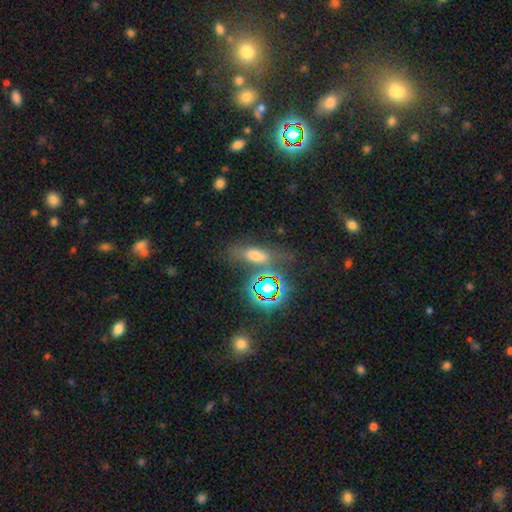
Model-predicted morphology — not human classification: Overall: smooth (54%; star or artifact 29%). How rounded: in between (66%). Merging: none (64%).